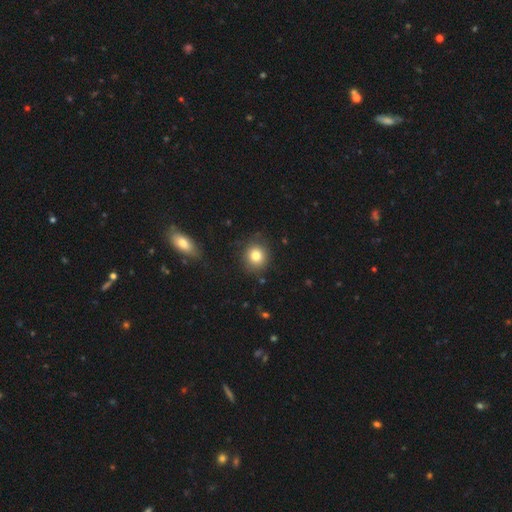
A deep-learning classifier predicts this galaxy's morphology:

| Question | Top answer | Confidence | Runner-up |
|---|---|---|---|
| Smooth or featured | smooth | 80% | star or artifact (11%) |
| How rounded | round | 86% | in between (13%) |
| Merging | none | 85% | minor disturbance (10%) |